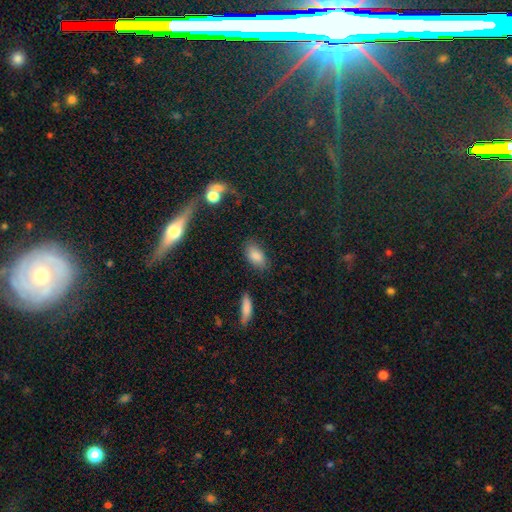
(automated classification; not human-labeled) Smooth or featured? Predicted: smooth (p=0.83). How rounded? Predicted: in between (p=0.90). Merging? Predicted: none (p=0.80).